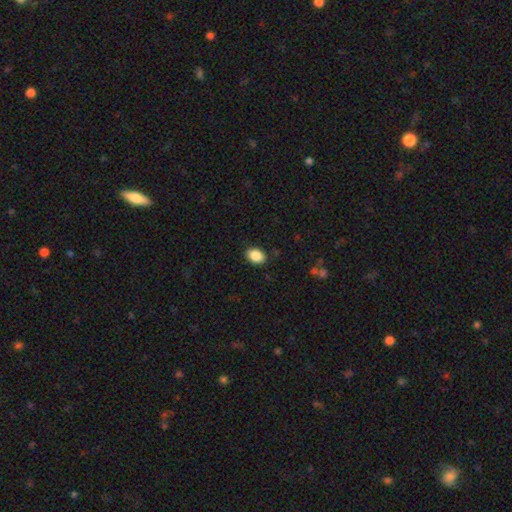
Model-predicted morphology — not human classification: Smooth or featured?
  - smooth: 88% *
  - star or artifact: 8%
  - featured or disk: 4%
How rounded?
  - in between: 80% *
  - round: 19%
  - cigar-shaped: 1%
Merging?
  - none: 87% *
  - minor disturbance: 9%
  - major disturbance: 2%
  - merger: 1%